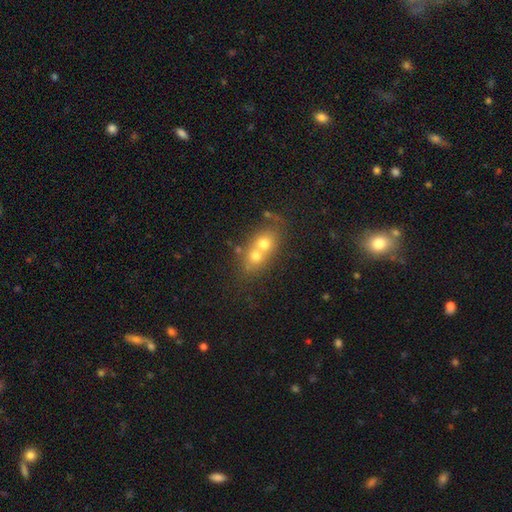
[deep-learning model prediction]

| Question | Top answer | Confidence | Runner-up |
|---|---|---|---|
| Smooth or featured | smooth | 64% | featured or disk (24%) |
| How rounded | round | 58% | in between (39%) |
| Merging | merger | 70% | none (21%) |